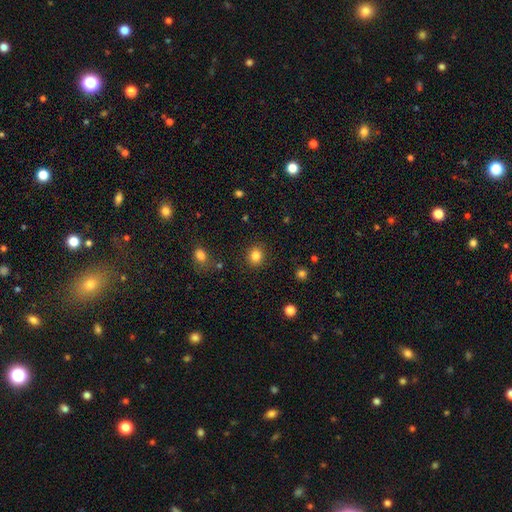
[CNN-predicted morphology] Overall: smooth (84%). How rounded: round (77%). Merging: none (89%).